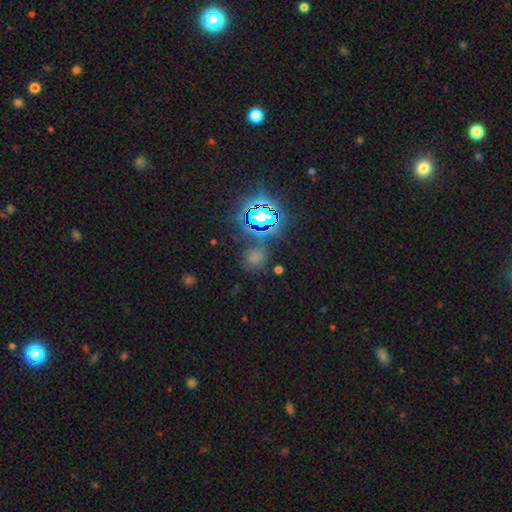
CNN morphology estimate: This is possibly a star or artifact rather than a galaxy (47%).